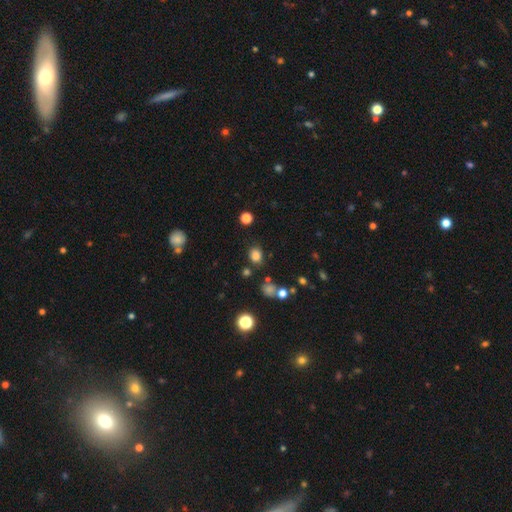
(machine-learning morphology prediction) This appears to be a smooth galaxy with no disk features (79%) that is round (55%). Merging: none (78%).